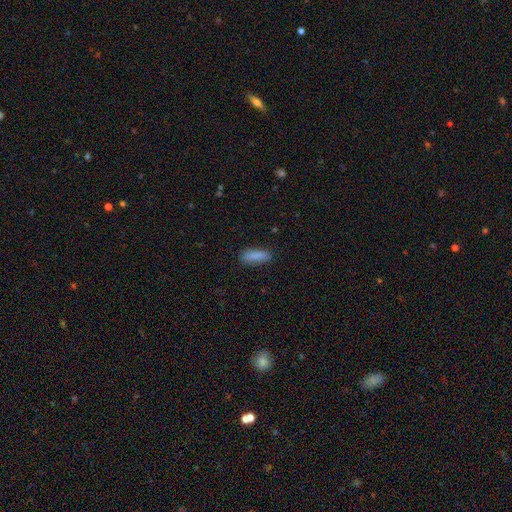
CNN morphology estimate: type=smooth (87%); roundness=in between (66%); merging=none (81%).